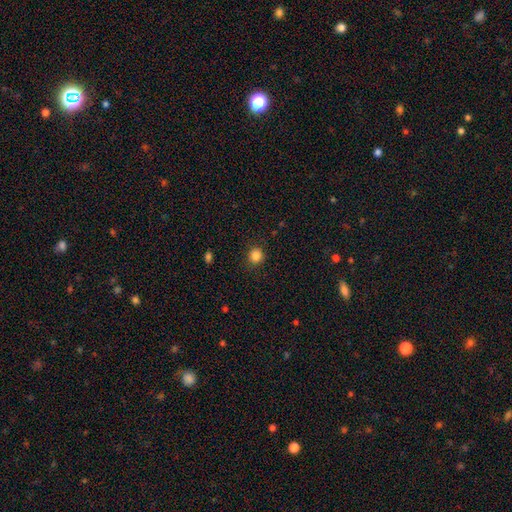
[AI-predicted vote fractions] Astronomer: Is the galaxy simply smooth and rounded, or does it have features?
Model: smooth — 85%.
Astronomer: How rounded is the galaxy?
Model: round — 88%.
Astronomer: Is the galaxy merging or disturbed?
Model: none — 89%.